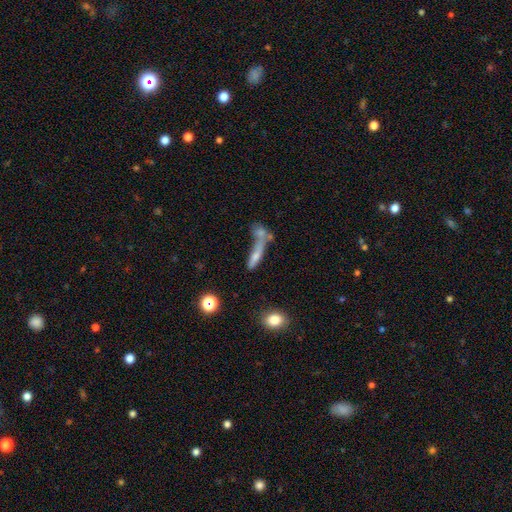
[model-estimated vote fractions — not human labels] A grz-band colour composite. It shows a smooth galaxy with no disk features (49%). Merging: merger (45%).